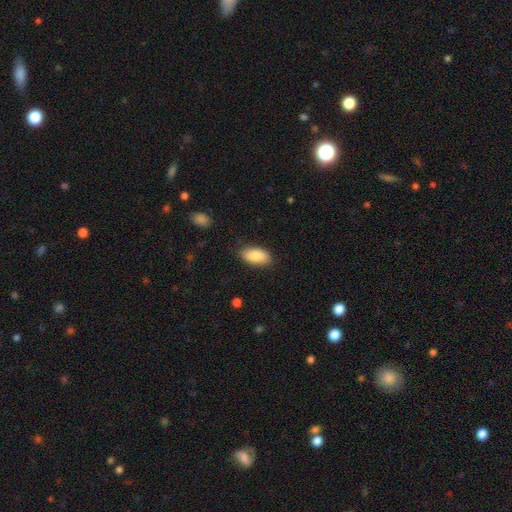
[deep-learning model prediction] Smooth or featured? Predicted: smooth (p=0.86). How rounded? Predicted: in between (p=0.93). Merging? Predicted: none (p=0.84).